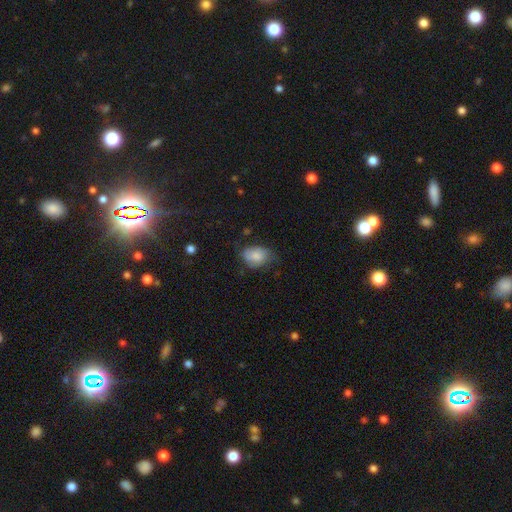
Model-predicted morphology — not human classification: smooth-or-featured: smooth: 76% | featured or disk: 16% | star or artifact: 8%
  how-rounded: in between: 72% | round: 27% | cigar-shaped: 1%
  merging: none: 50% | minor disturbance: 35% | major disturbance: 13% | merger: 2%